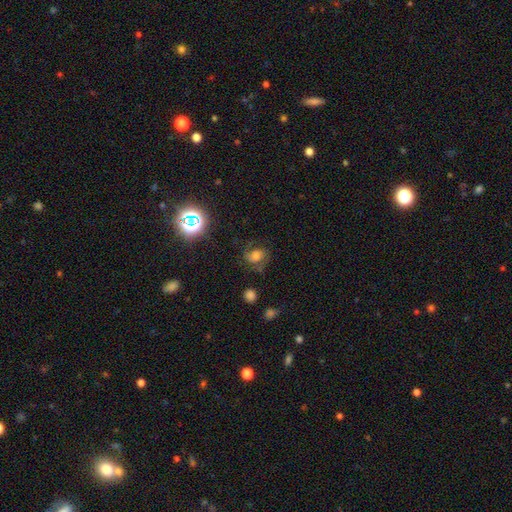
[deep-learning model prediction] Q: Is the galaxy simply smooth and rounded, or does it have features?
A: featured or disk — 49%.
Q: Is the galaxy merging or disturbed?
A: none — 58%.